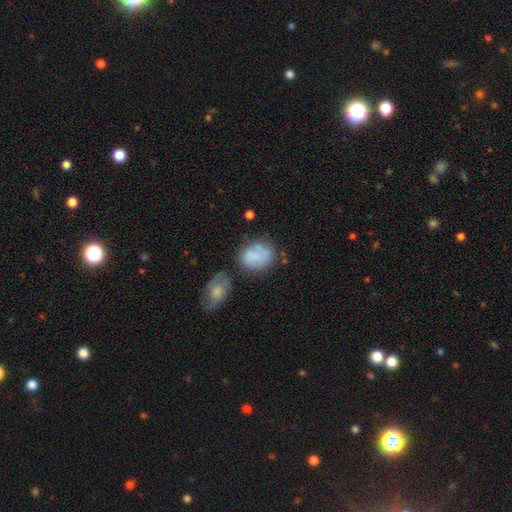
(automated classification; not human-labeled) A smooth galaxy with no disk features (73%) that is in between round and cigar-shaped (57%).

Vote fractions:
- Smooth or featured? smooth: 73% / featured or disk: 19% / star or artifact: 8%
- How rounded? in between: 57% / round: 42% / cigar-shaped: 1%
- Merging? none: 52% / minor disturbance: 25% / merger: 13% / major disturbance: 10%